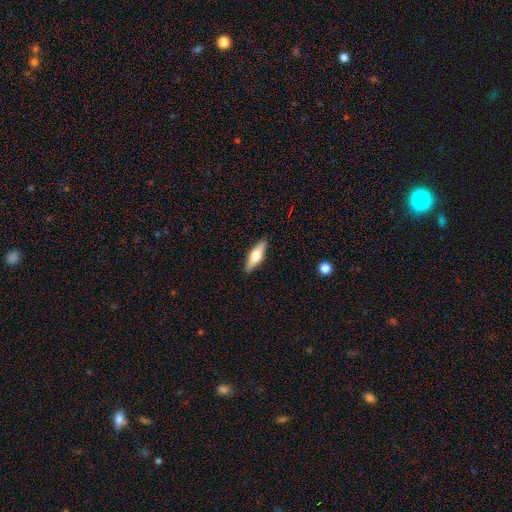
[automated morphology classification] Smooth or featured: smooth — 53% (featured or disk — 42%)
How rounded: cigar-shaped — 52% (in between — 45%)
Merging: none — 90% (minor disturbance — 8%)